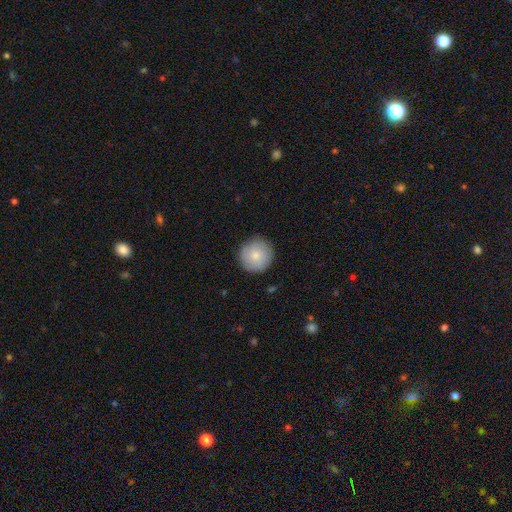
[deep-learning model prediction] This appears to be a smooth galaxy with no disk features (81%) that is round (95%). Merging: none (89%).